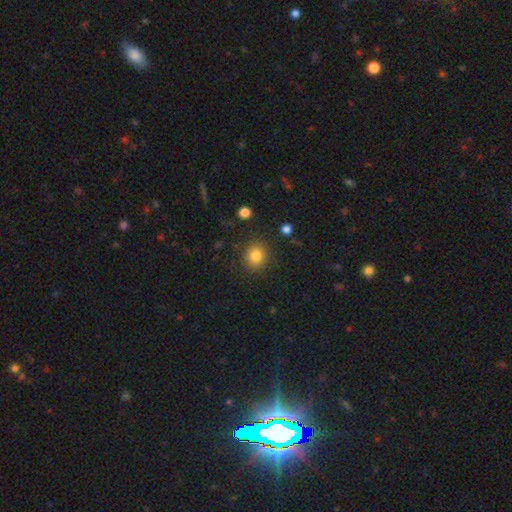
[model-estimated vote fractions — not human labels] Smooth or featured: smooth — 83% (star or artifact — 11%)
How rounded: round — 83% (in between — 16%)
Merging: none — 88% (minor disturbance — 8%)